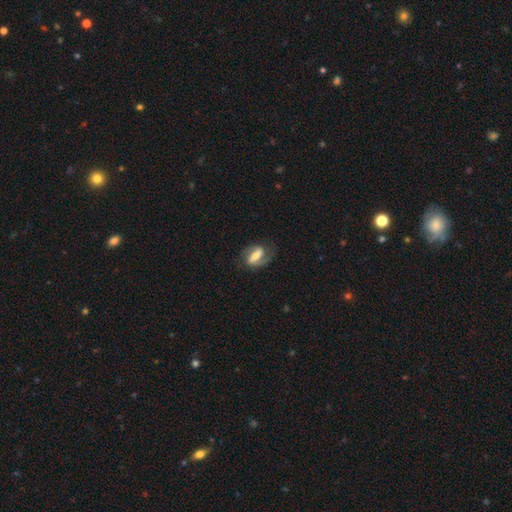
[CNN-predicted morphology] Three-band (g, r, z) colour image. It shows a featured or disk galaxy (70%) with a strong bar (51%), 2 (69%) medium (45%) spiral arms (88%) and a moderate central bulge (49%). Merging: none (65%).